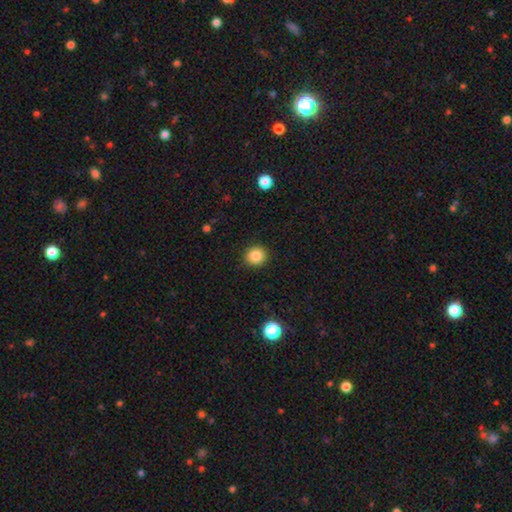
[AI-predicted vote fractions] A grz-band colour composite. It shows a smooth galaxy with no disk features (86%) that is round (89%). Merging: none (91%).